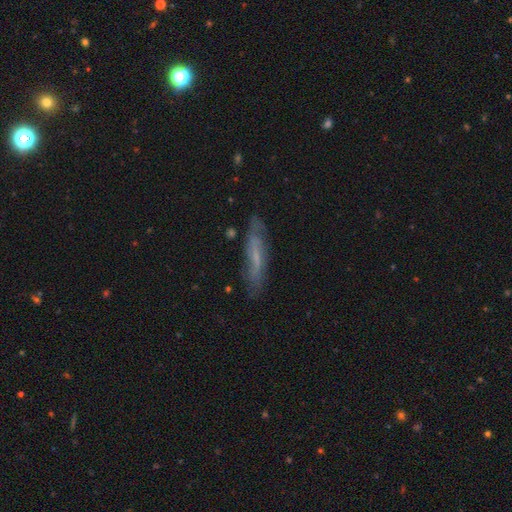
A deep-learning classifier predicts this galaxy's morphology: A featured or disk galaxy (56%). Merging: none (75%).